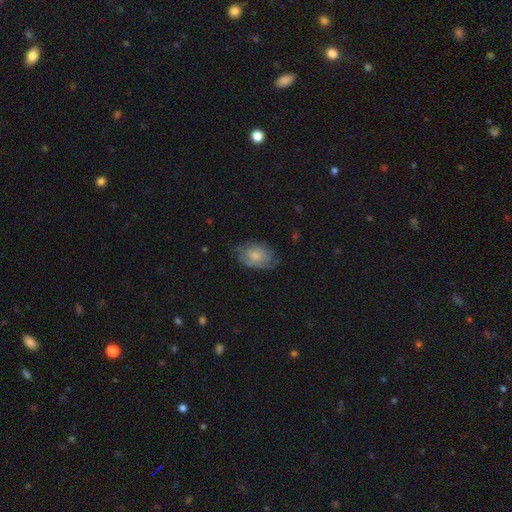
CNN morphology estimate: smooth 65%, featured or disk 28%, star or artifact 7%. Down the decision tree: how rounded — in between (79%); merging — none (62%).